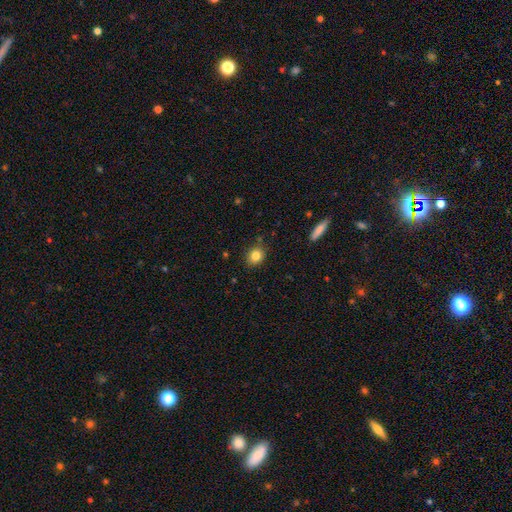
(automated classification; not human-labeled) Morphology: type=smooth (83%); roundness=round (65%); merging=none (86%).